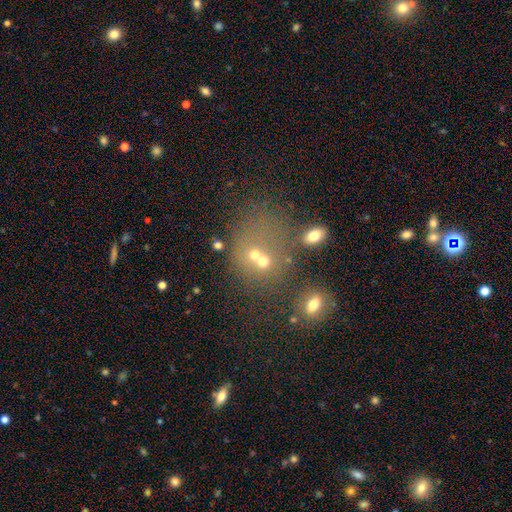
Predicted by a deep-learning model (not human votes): smooth-or-featured: smooth: 53% | star or artifact: 24% | featured or disk: 23%
  how-rounded: round: 60% | in between: 39% | cigar-shaped: 1%
  merging: merger: 53% | none: 28% | major disturbance: 10% | minor disturbance: 9%